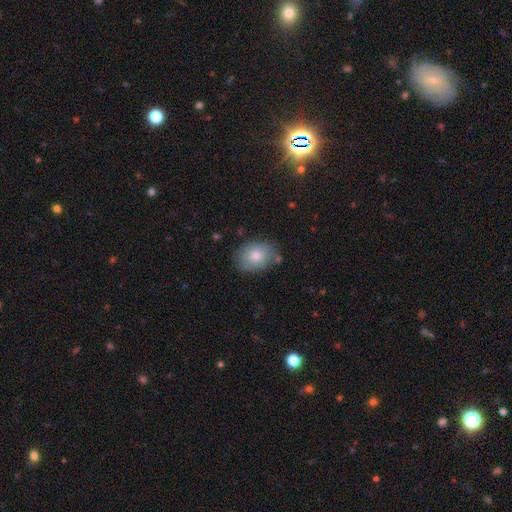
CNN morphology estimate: Overall: smooth (71%). How rounded: in between (69%; round 30%). Merging: none (76%).